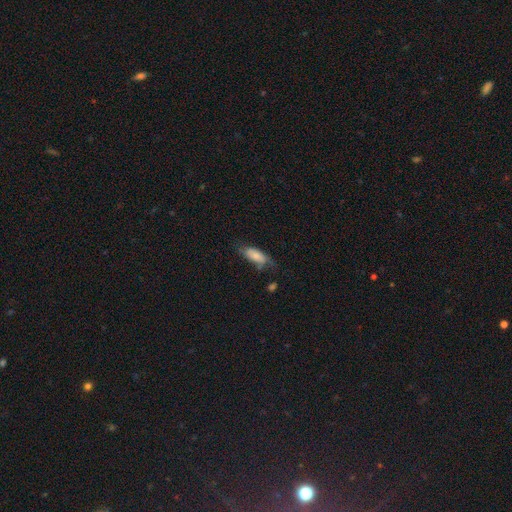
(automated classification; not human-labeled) smooth_or_featured: smooth (p=0.69) [alt: featured or disk p=0.24]
how_rounded: in between (p=0.80) [alt: cigar-shaped p=0.18]
merging: none (p=0.45) [alt: minor disturbance p=0.32]